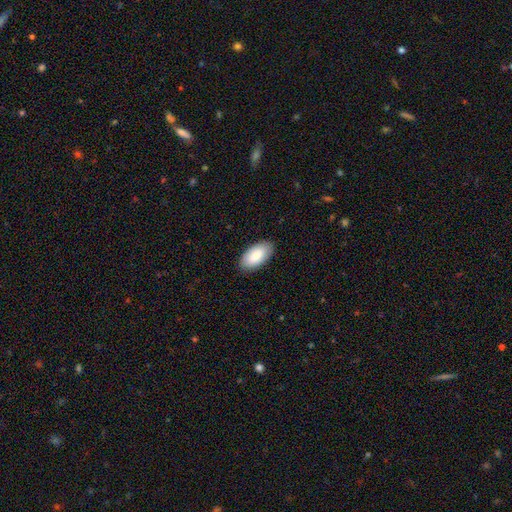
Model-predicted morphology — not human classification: smooth 86%, featured or disk 9%, star or artifact 6%. Down the decision tree: how rounded — in between (96%); merging — none (88%).